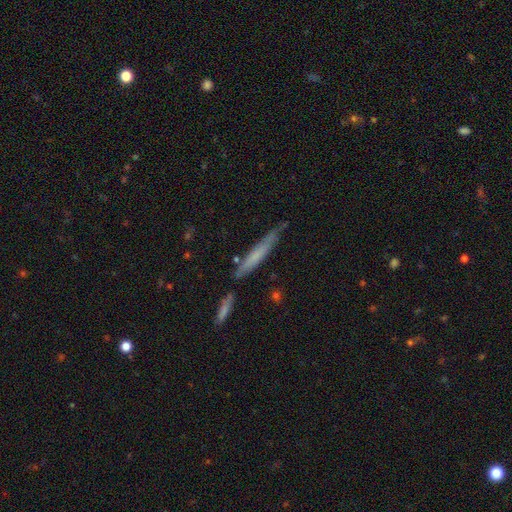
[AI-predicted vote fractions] A smooth galaxy with no disk features (54%) that is cigar-shaped (93%). Merging: none (73%).